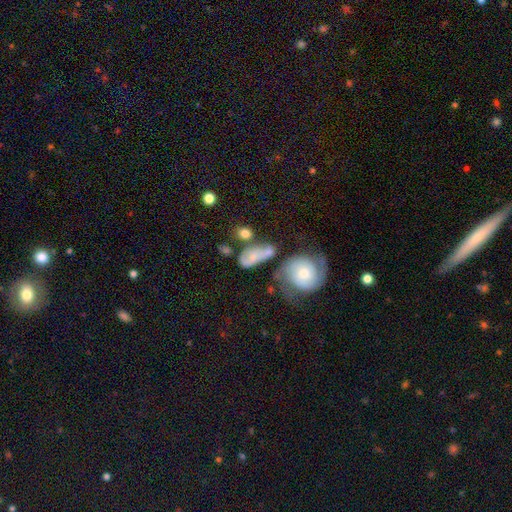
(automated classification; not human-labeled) Smooth or featured? Predicted: smooth (p=0.49). Merging? Predicted: none (p=0.35).